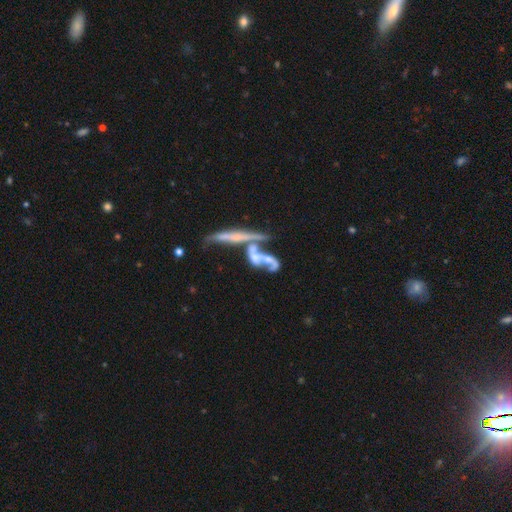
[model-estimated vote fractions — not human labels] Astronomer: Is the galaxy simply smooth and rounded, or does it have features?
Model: featured or disk — 69%.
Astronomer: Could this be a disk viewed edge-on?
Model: no — 60% (runner-up: yes, 40%).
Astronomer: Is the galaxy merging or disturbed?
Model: merger — 61%.